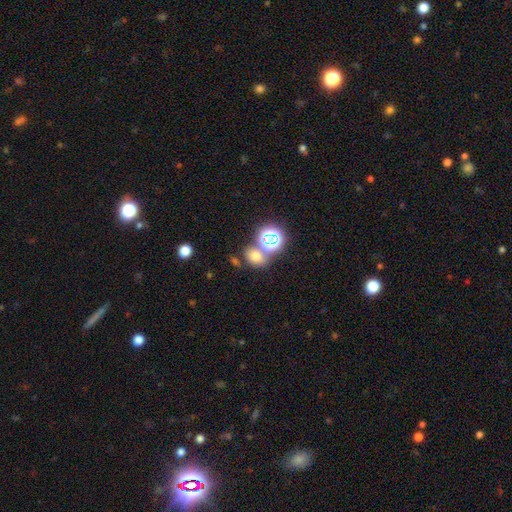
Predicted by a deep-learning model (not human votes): Morphology: type=smooth (65%); roundness=round (51%); merging=none (59%).